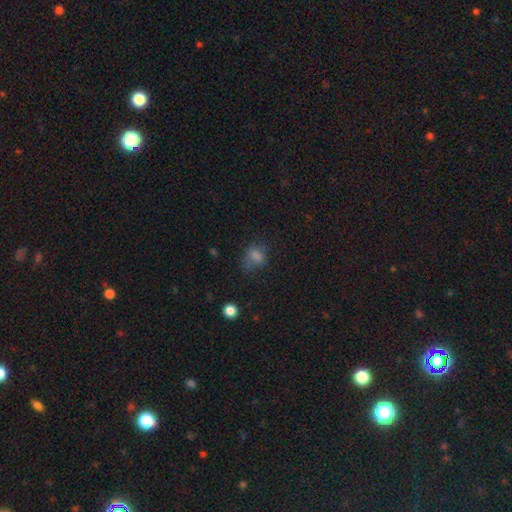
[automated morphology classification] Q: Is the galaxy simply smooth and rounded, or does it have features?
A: smooth — 74%.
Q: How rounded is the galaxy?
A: in between — 51%.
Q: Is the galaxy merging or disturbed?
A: none — 45%.